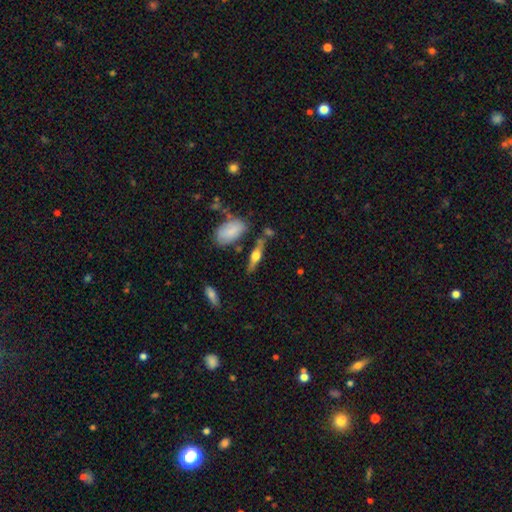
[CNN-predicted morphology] This is possibly a featured or disk galaxy (56%). It is clearly viewed edge-on (93%). Edge-on bulge: clearly rounded (93%). Merging: likely none (75%).